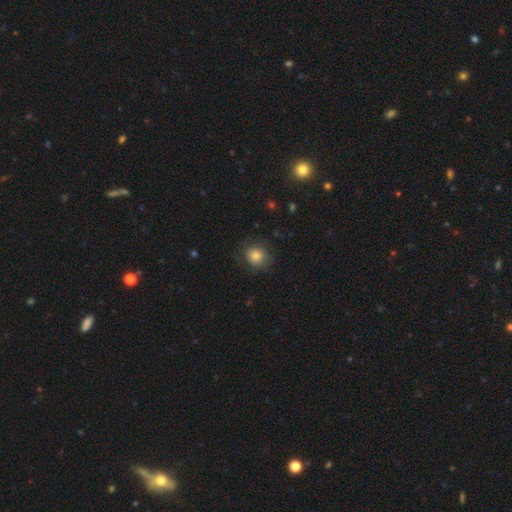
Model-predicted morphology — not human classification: smooth-or-featured: smooth: 80% | featured or disk: 10% | star or artifact: 10%
  how-rounded: round: 83% | in between: 17% | cigar-shaped: 1%
  merging: none: 78% | minor disturbance: 15% | major disturbance: 6% | merger: 1%